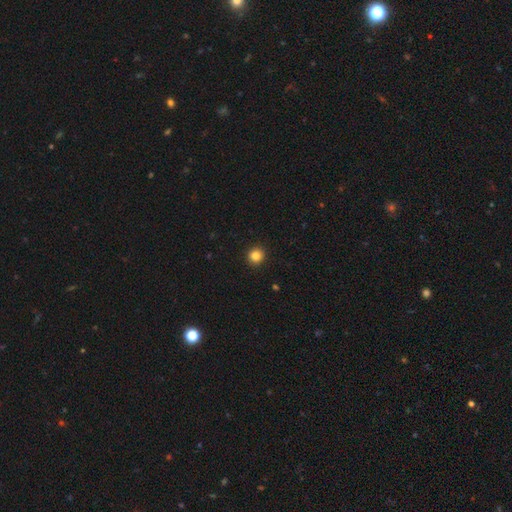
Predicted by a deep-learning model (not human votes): Smooth or featured: smooth — 84% (star or artifact — 11%)
How rounded: round — 93% (in between — 6%)
Merging: none — 93% (minor disturbance — 4%)